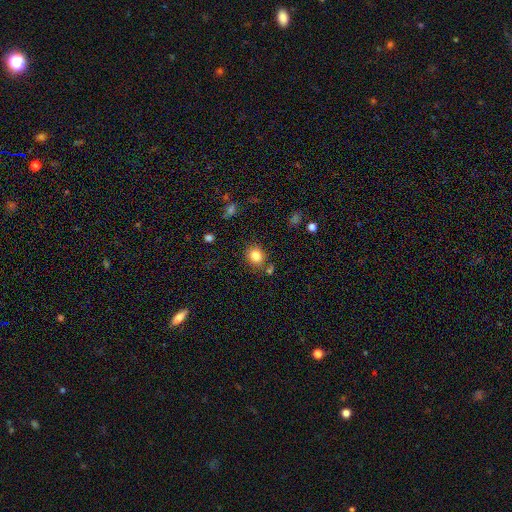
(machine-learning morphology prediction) Overall: smooth (83%). How rounded: round (69%; in between 31%). Merging: none (79%).